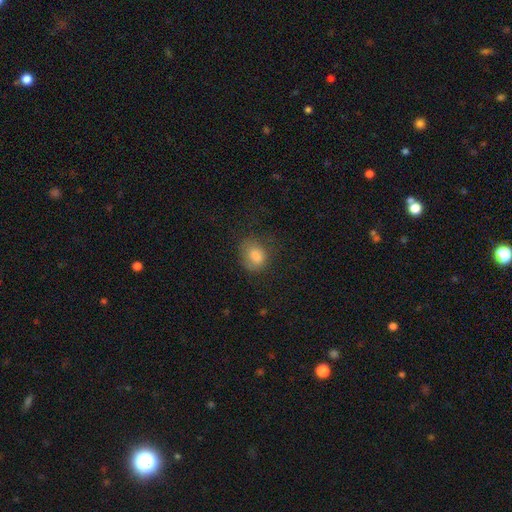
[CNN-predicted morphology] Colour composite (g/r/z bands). It shows a smooth galaxy with no disk features (78%) that is round (50%). Merging: none (58%).